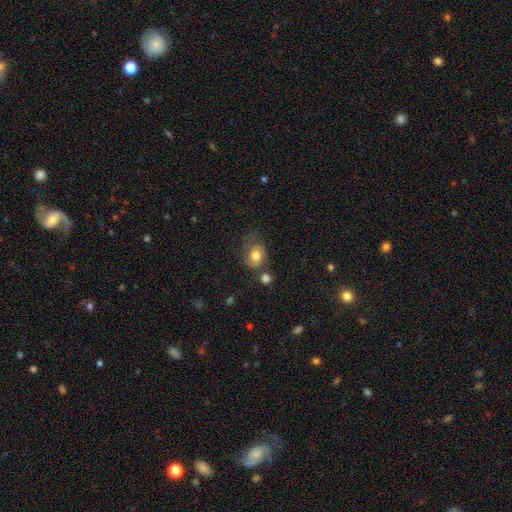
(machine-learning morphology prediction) Smooth or featured? Predicted: smooth (p=0.60). How rounded? Predicted: in between (p=0.56). Merging? Predicted: none (p=0.43).